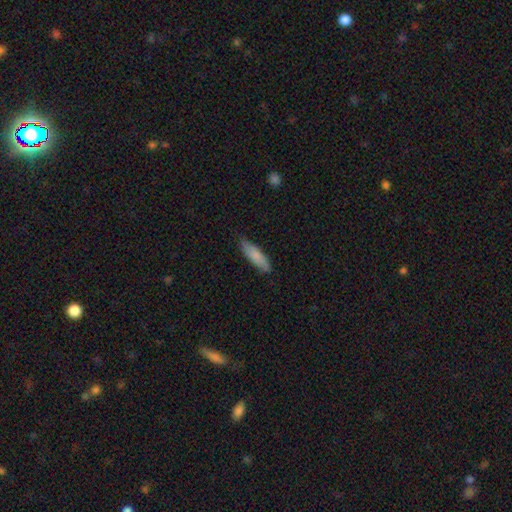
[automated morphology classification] smooth_or_featured: smooth (p=0.81) [alt: featured or disk p=0.14]
how_rounded: cigar-shaped (p=0.58) [alt: in between p=0.40]
merging: none (p=0.80) [alt: minor disturbance p=0.17]